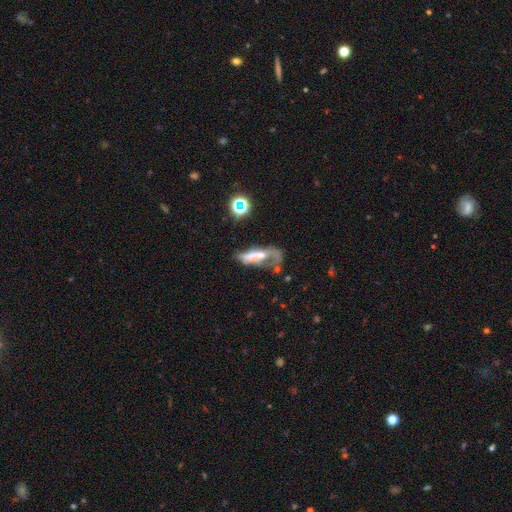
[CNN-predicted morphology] This appears to be a featured or disk galaxy (45%). Merging: major disturbance (45%).